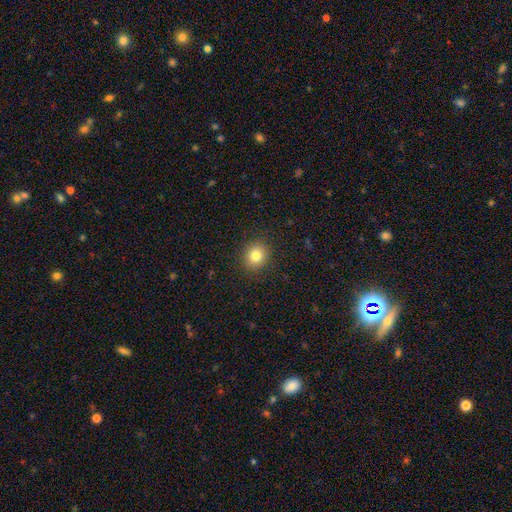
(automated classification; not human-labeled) Q: Smooth or featured?
A: smooth (81%); runner-up: star or artifact (11%)
Q: How rounded?
A: round (76%); runner-up: in between (24%)
Q: Merging?
A: none (90%); runner-up: minor disturbance (7%)